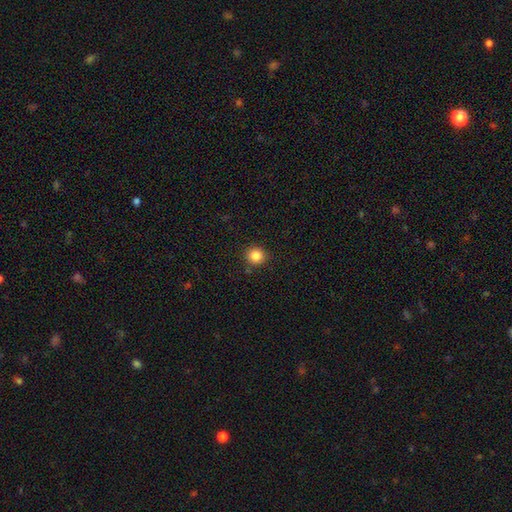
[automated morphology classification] type=smooth (85%); roundness=round (91%); merging=none (89%).